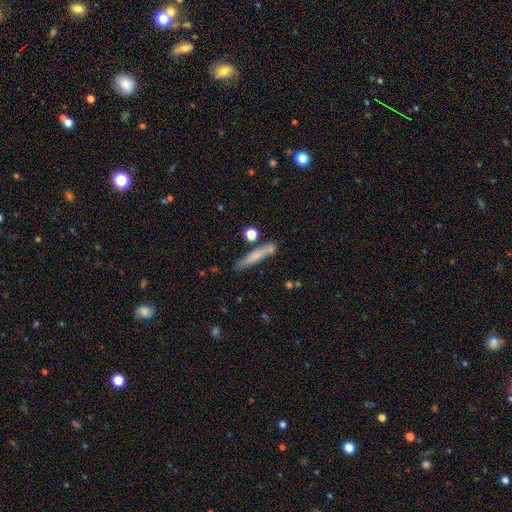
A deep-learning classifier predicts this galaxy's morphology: Q: Smooth or featured?
A: smooth (68%); runner-up: featured or disk (25%)
Q: How rounded?
A: cigar-shaped (90%); runner-up: in between (8%)
Q: Merging?
A: none (75%); runner-up: minor disturbance (14%)